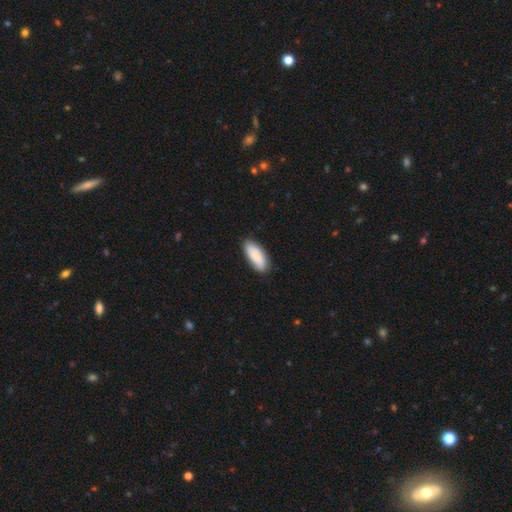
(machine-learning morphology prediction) Q: Smooth or featured?
A: smooth (87%); runner-up: featured or disk (8%)
Q: How rounded?
A: in between (79%); runner-up: cigar-shaped (19%)
Q: Merging?
A: none (84%); runner-up: minor disturbance (13%)